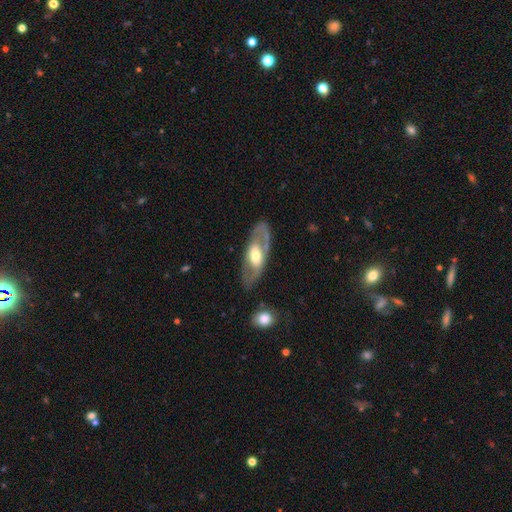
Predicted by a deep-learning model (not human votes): smooth-or-featured: featured or disk: 67% | smooth: 28% | star or artifact: 5%
  disk-edge-on: no: 84% | yes: 16%
    bar: no: 52% | weak: 28% | strong: 20%
    has-spiral-arms: no: 60% | yes: 40%
    bulge-size: moderate: 64% | large: 18% | small: 16% | dominant: 1% | none: 1%
  merging: none: 75% | minor disturbance: 15% | major disturbance: 7% | merger: 3%